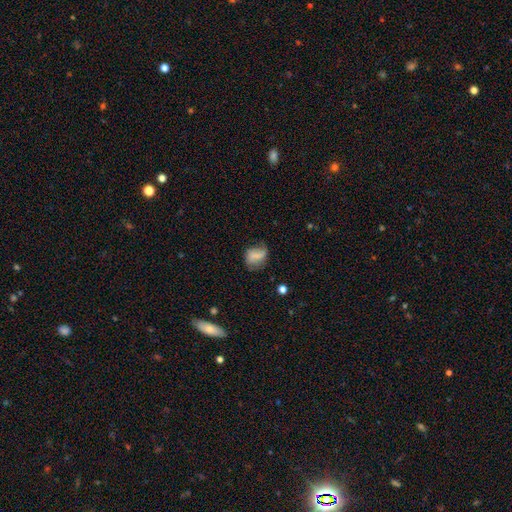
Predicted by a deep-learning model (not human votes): Morphology: type=smooth (60%); roundness=in between (58%); merging=none (52%).